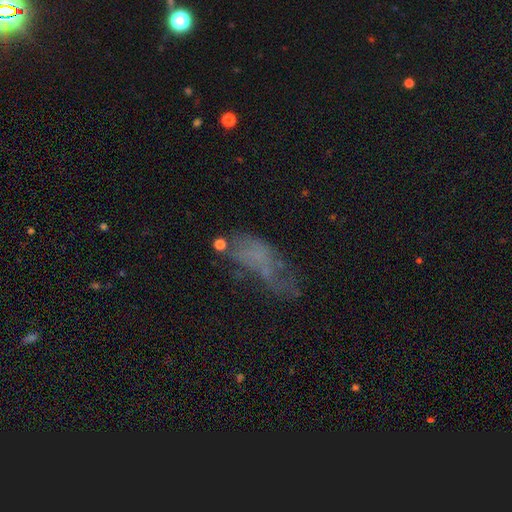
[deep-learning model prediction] Q: Smooth or featured?
A: smooth (43%); runner-up: featured or disk (37%)
Q: Merging?
A: major disturbance (36%); runner-up: none (33%)